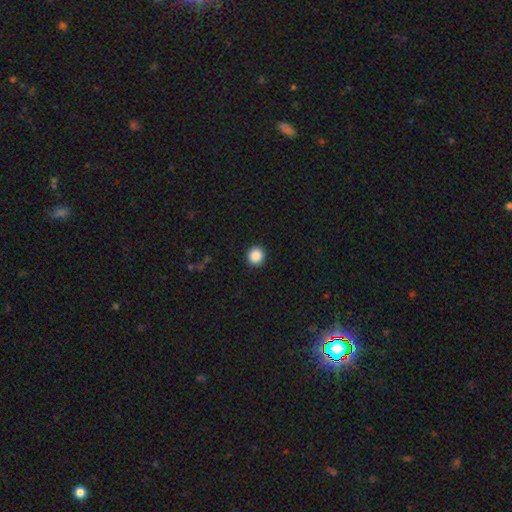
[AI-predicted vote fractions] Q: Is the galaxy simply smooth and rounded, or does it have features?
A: smooth — 88%.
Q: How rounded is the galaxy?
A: round — 93%.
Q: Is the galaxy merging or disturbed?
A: none — 93%.